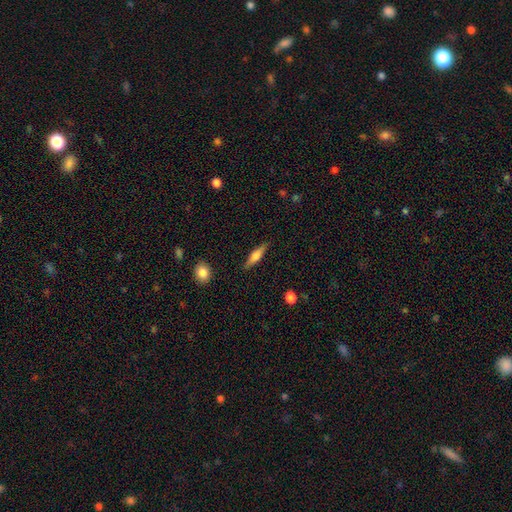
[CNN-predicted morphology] Smooth or featured: smooth — 49% (featured or disk — 44%)
Merging: none — 87% (minor disturbance — 10%)